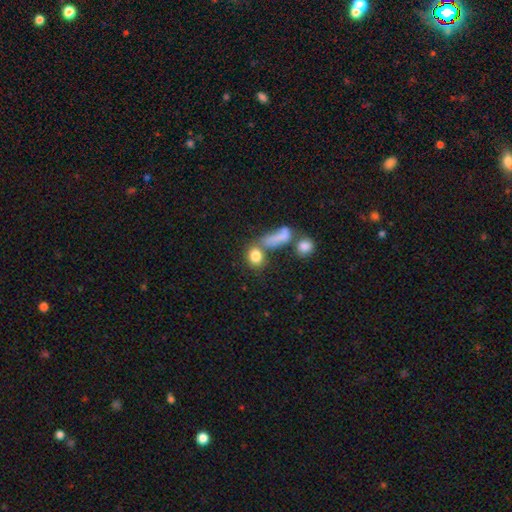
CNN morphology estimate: This appears to be a smooth galaxy with no disk features (79%) that is round (55%). Merging: none (45%).